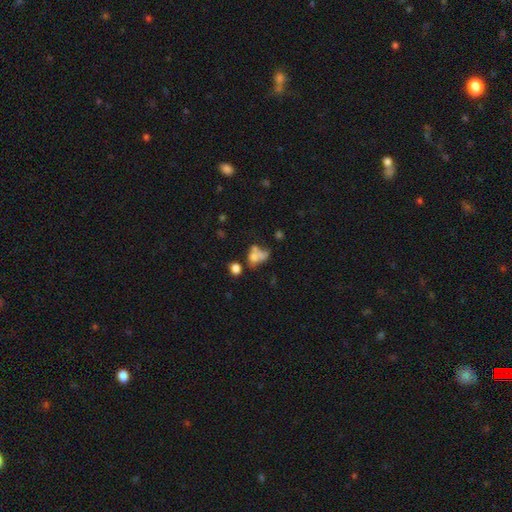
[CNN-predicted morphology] Smooth or featured: smooth — 57% (featured or disk — 27%)
How rounded: in between — 60% (round — 37%)
Merging: merger — 45% (none — 24%)